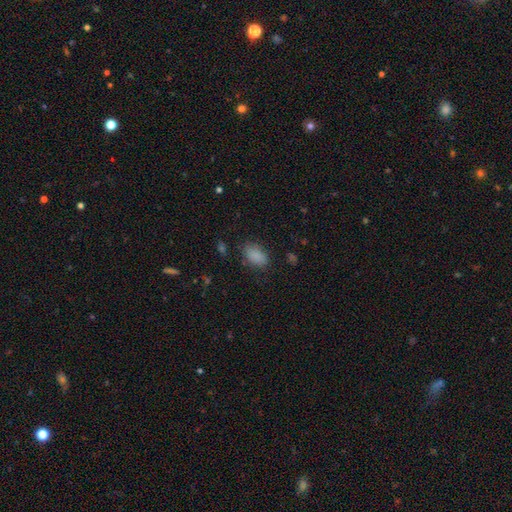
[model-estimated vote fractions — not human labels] A smooth galaxy with no disk features (87%) that is in between round and cigar-shaped (90%).

Vote fractions:
- Smooth or featured? smooth: 87% / star or artifact: 9% / featured or disk: 4%
- How rounded? in between: 90% / round: 9% / cigar-shaped: 2%
- Merging? none: 78% / minor disturbance: 16% / major disturbance: 5% / merger: 2%